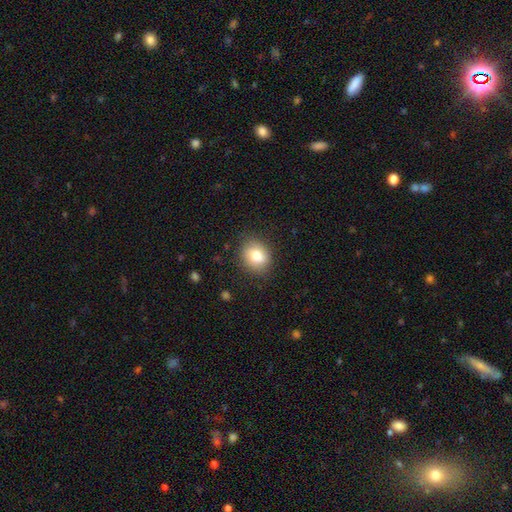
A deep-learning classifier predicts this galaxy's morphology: Smooth or featured? Predicted: smooth (p=0.80). How rounded? Predicted: round (p=0.57). Merging? Predicted: none (p=0.83).